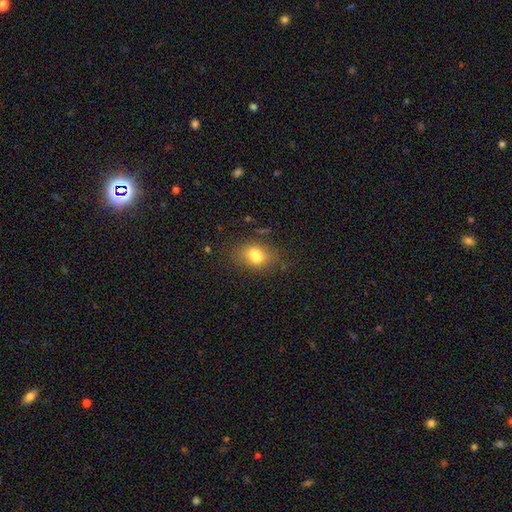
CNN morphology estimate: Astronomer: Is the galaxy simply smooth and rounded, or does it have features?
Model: smooth — 71%.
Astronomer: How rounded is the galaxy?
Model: in between — 66%.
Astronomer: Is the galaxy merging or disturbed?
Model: none — 56%.